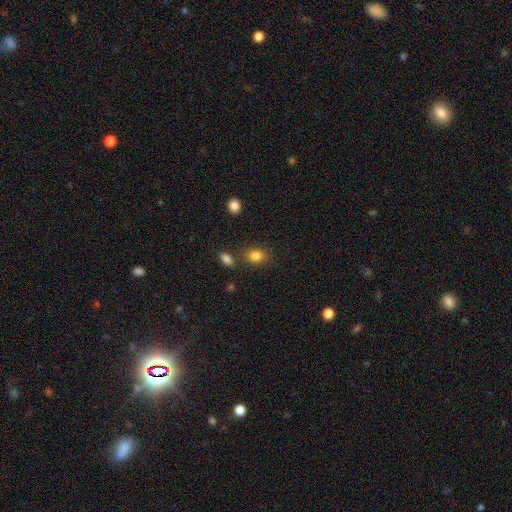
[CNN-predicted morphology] Q: Smooth or featured?
A: smooth (84%); runner-up: star or artifact (10%)
Q: How rounded?
A: in between (60%); runner-up: round (39%)
Q: Merging?
A: none (76%); runner-up: minor disturbance (13%)